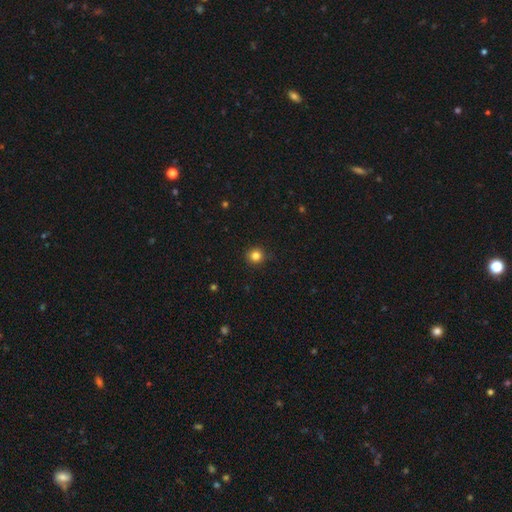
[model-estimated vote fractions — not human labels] smooth 83%, star or artifact 12%, featured or disk 5%. Down the decision tree: how rounded — round (93%); merging — none (90%).